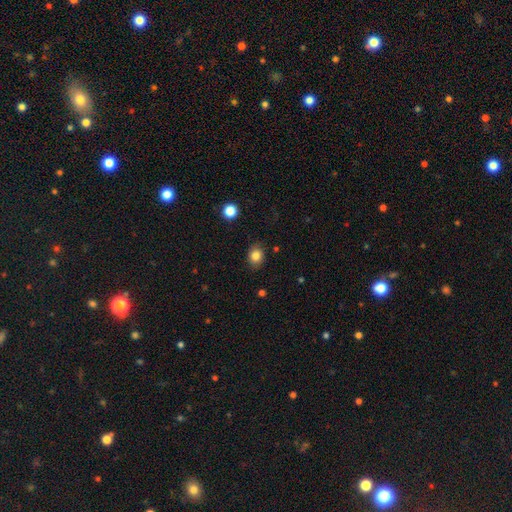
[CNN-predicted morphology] This is clearly a smooth galaxy (83%). How rounded: possibly round (59%). Merging: clearly none (84%).